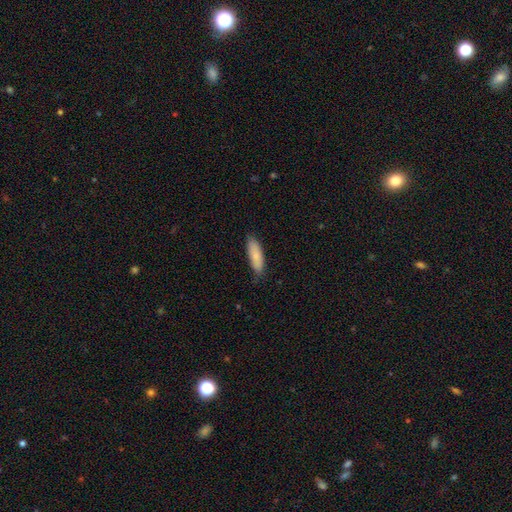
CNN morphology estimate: The model was most divided on "how rounded": in between: 51%, cigar-shaped: 47%, round: 2%. More confident: smooth or featured — smooth (83%); merging — none (78%).